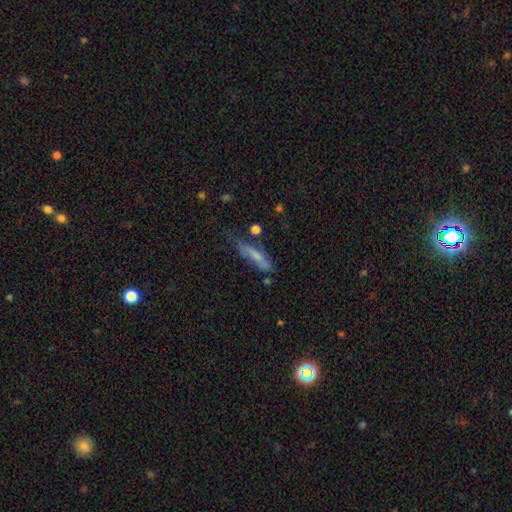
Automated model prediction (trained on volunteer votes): Morphology: type=smooth (65%); roundness=cigar-shaped (68%); merging=none (47%).